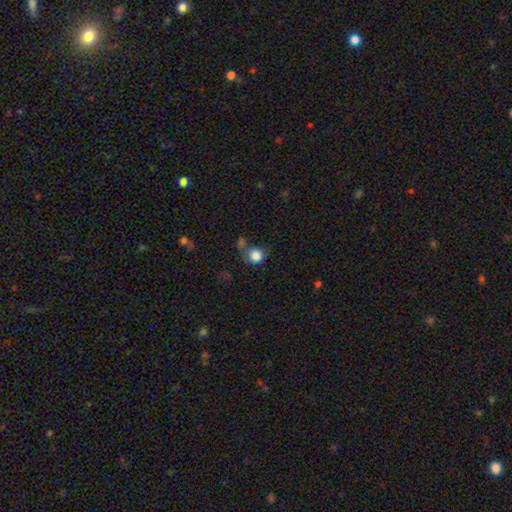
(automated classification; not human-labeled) Smooth or featured?
  - smooth: 85% *
  - star or artifact: 9%
  - featured or disk: 5%
How rounded?
  - round: 85% *
  - in between: 14%
  - cigar-shaped: 1%
Merging?
  - none: 59% *
  - minor disturbance: 19%
  - merger: 13%
  - major disturbance: 9%